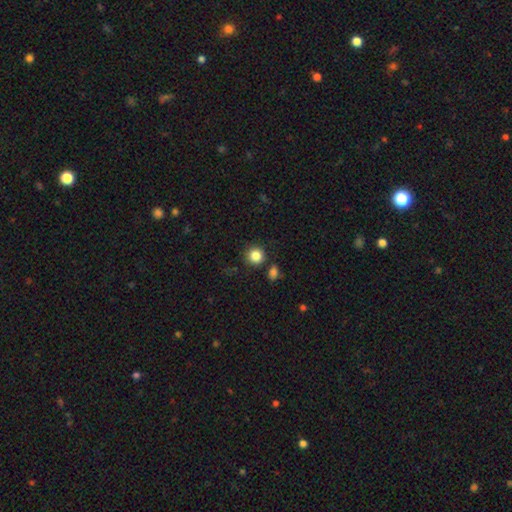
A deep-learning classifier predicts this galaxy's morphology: The model was most divided on "smooth or featured": smooth: 85%, star or artifact: 10%, featured or disk: 5%. More confident: how rounded — round (92%); merging — none (84%).